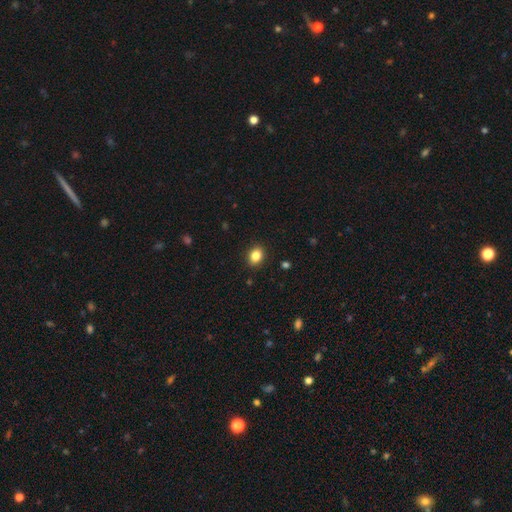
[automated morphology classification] smooth_or_featured: smooth (p=0.85) [alt: star or artifact p=0.10]
how_rounded: in between (p=0.54) [alt: round p=0.45]
merging: none (p=0.90) [alt: minor disturbance p=0.07]